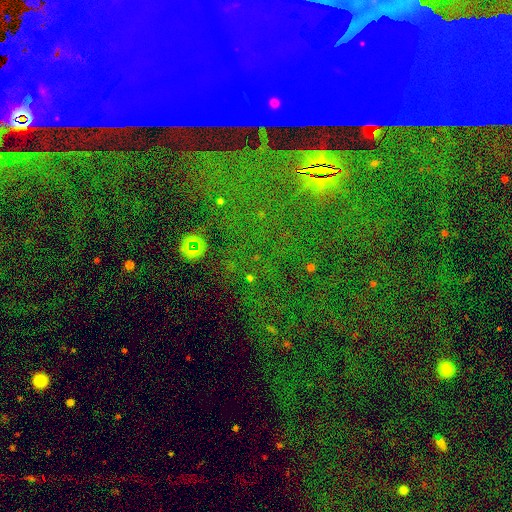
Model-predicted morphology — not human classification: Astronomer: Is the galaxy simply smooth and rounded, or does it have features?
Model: star or artifact — 71%.